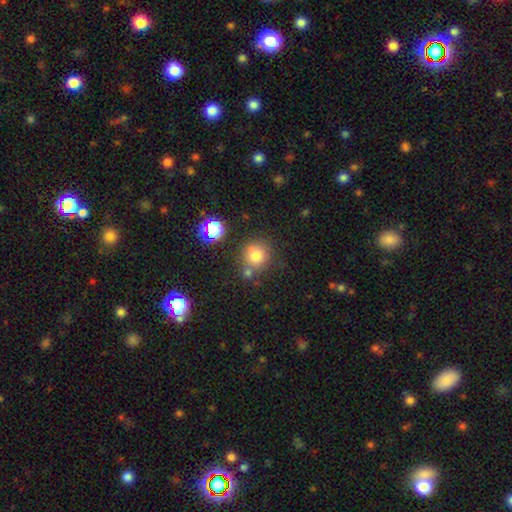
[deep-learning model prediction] Overall: smooth (76%). How rounded: round (88%). Merging: none (65%).